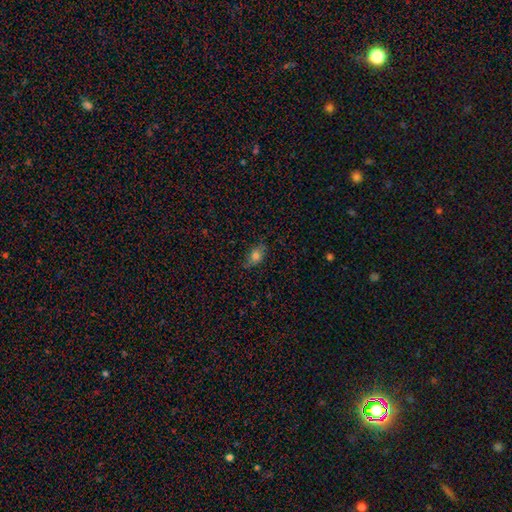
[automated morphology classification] smooth-or-featured: smooth: 73% | featured or disk: 15% | star or artifact: 12%
  how-rounded: in between: 74% | round: 22% | cigar-shaped: 4%
  merging: none: 70% | minor disturbance: 23% | major disturbance: 5% | merger: 1%